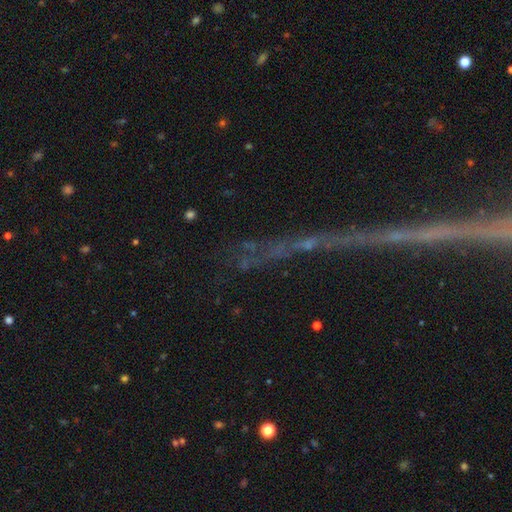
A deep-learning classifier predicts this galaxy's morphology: smooth_or_featured: star or artifact (p=0.75) [alt: featured or disk p=0.15]